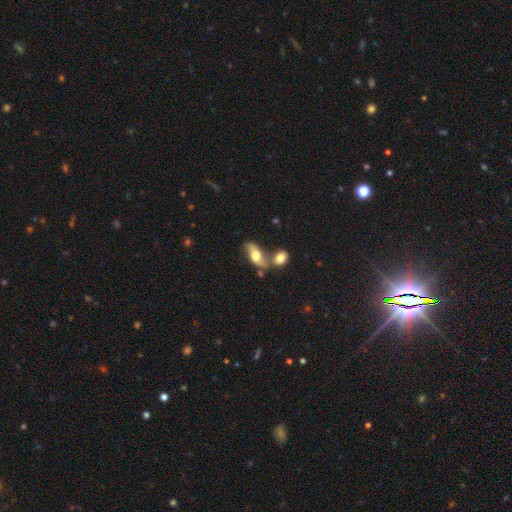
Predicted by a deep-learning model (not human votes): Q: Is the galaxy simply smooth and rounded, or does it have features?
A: smooth — 49%.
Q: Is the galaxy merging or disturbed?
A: none — 42%.